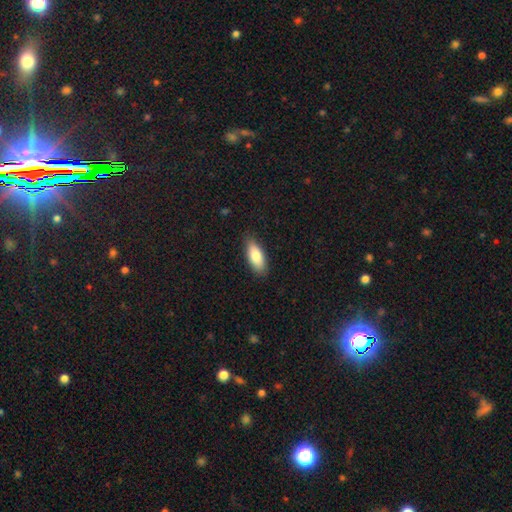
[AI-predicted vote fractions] Smooth or featured? smooth (83%)
How rounded? in between (80%)
Merging? none (86%)